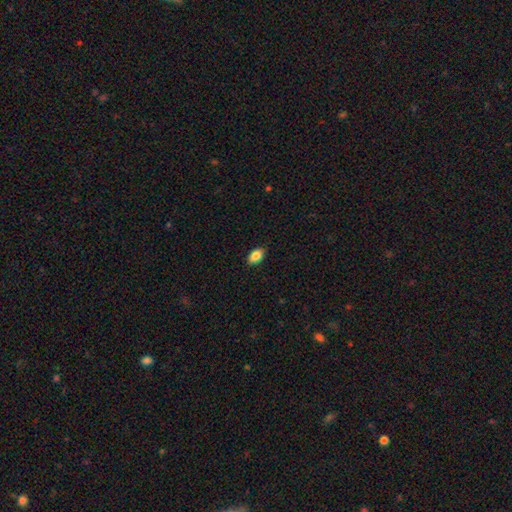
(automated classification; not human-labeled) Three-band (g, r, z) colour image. It shows a smooth galaxy with no disk features (87%) that is in between round and cigar-shaped (91%). Merging: none (88%).